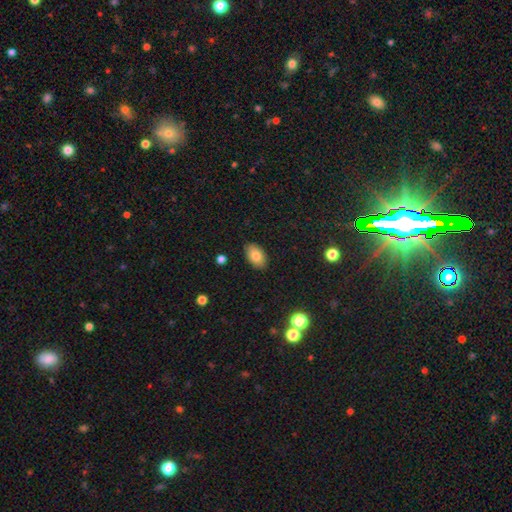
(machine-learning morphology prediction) Q: Smooth or featured?
A: smooth (80%); runner-up: featured or disk (11%)
Q: How rounded?
A: in between (91%); runner-up: round (7%)
Q: Merging?
A: none (87%); runner-up: minor disturbance (9%)